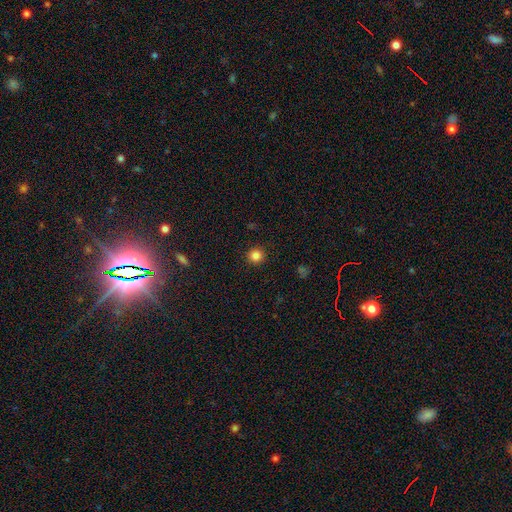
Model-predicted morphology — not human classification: smooth-or-featured: smooth: 84% | star or artifact: 12% | featured or disk: 4%
  how-rounded: round: 95% | in between: 4% | cigar-shaped: 1%
  merging: none: 93% | minor disturbance: 5% | major disturbance: 2% | merger: 1%